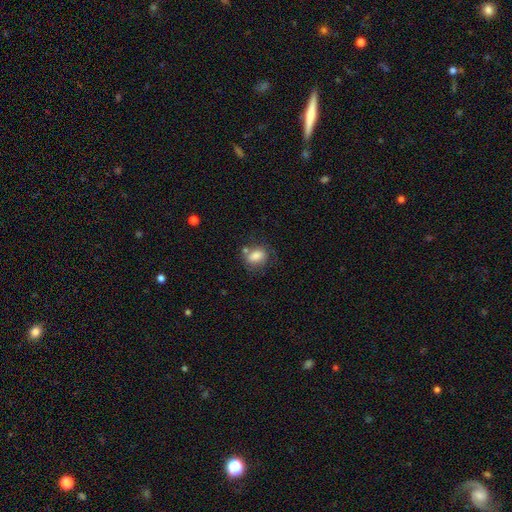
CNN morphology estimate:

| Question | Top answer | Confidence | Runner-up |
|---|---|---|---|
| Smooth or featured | smooth | 79% | featured or disk (12%) |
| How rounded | in between | 69% | round (30%) |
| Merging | none | 54% | minor disturbance (22%) |